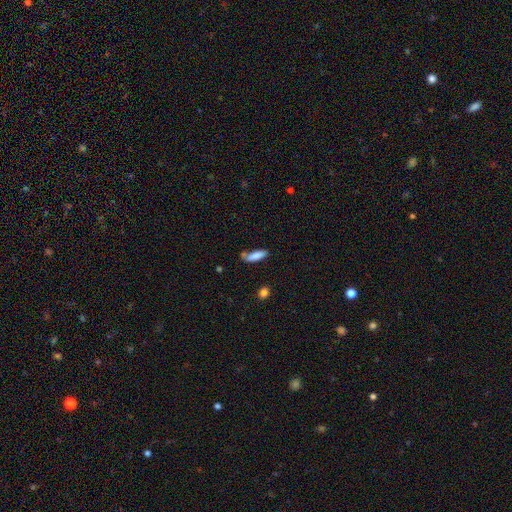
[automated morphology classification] type=smooth (83%); roundness=cigar-shaped (56%); merging=none (64%).